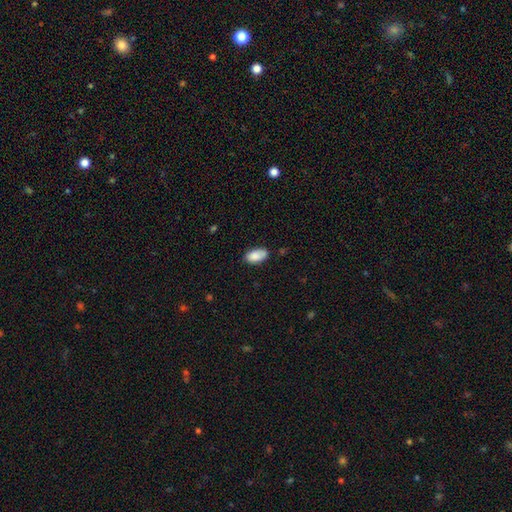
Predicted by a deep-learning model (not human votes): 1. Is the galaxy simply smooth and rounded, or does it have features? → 87% smooth, 7% star or artifact, 6% featured or disk.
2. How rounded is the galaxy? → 95% in between, 3% round, 2% cigar-shaped.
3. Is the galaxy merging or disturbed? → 76% none, 19% minor disturbance, 3% major disturbance, 2% merger.